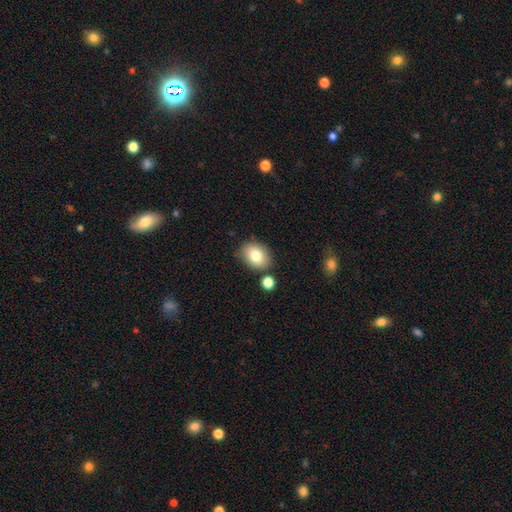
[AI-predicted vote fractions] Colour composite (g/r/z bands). It shows a smooth galaxy with no disk features (81%) that is in between round and cigar-shaped (67%). Merging: none (77%).